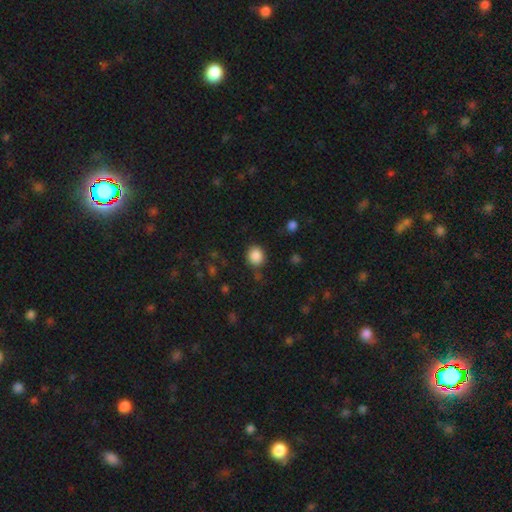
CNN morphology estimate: type=smooth (87%); roundness=round (83%); merging=none (83%).